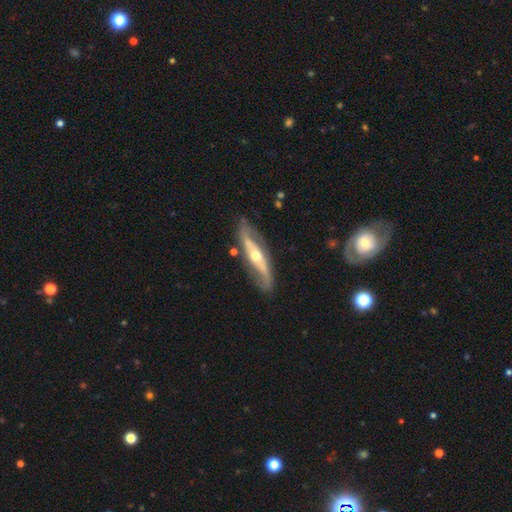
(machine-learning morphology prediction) A featured or disk galaxy (83%) with no bar (44%), 2 (87%) loose (41%) spiral arms (86%) and a moderate central bulge (68%).

Vote fractions:
- Smooth or featured? featured or disk: 83% / smooth: 13% / star or artifact: 4%
- Edge-on disk? no: 73% / yes: 27%
- Bar? no: 44% / strong: 30% / weak: 26%
- Spiral arms? yes: 86% / no: 14%
- Spiral winding? loose: 41% / medium: 38% / tight: 21%
- Spiral arm count? 2: 87% / can't tell: 8% / 1: 2% / 3: 1% / 4: 1% / more than 4: 1%
- Bulge size? moderate: 68% / small: 24% / large: 5% / none: 1% / dominant: 1%
- Merging? none: 79% / minor disturbance: 14% / major disturbance: 5% / merger: 2%